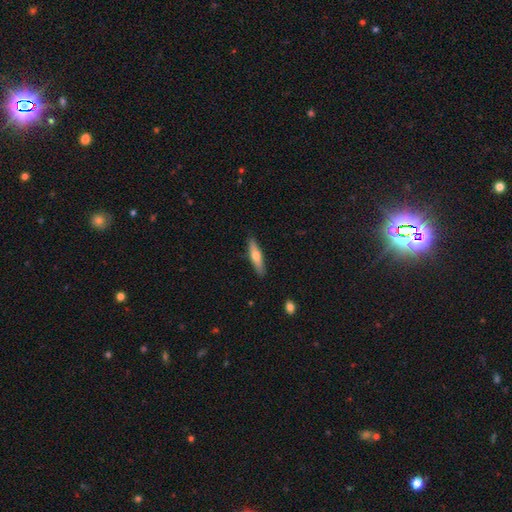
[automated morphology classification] Smooth or featured?
  - smooth: 56% *
  - featured or disk: 39%
  - star or artifact: 5%
How rounded?
  - cigar-shaped: 78% *
  - in between: 20%
  - round: 2%
Merging?
  - none: 89% *
  - minor disturbance: 8%
  - major disturbance: 2%
  - merger: 1%